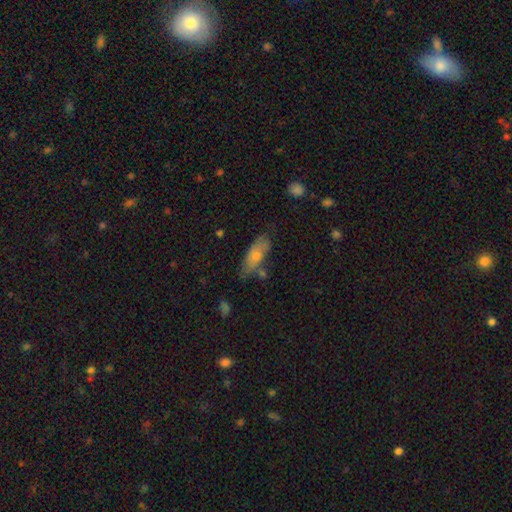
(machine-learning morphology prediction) Overall: smooth (64%; featured or disk 29%). How rounded: in between (68%; cigar-shaped 30%). Merging: none (61%; minor disturbance 25%).